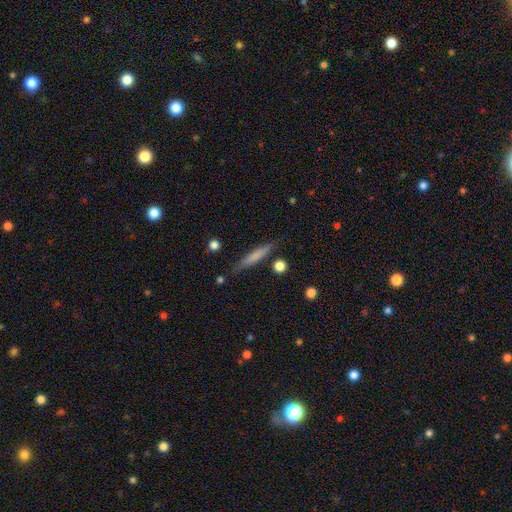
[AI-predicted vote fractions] Smooth or featured? smooth (68%)
How rounded? cigar-shaped (91%)
Merging? none (82%)